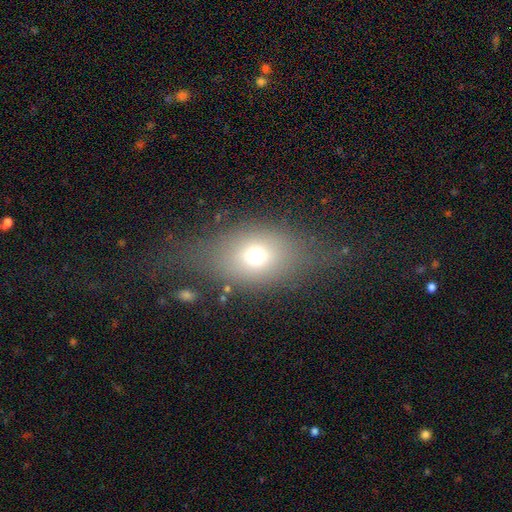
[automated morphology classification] Smooth or featured?
  - smooth: 63% *
  - featured or disk: 23%
  - star or artifact: 14%
How rounded?
  - in between: 69% *
  - round: 25%
  - cigar-shaped: 5%
Merging?
  - none: 57% *
  - minor disturbance: 20%
  - major disturbance: 19%
  - merger: 4%